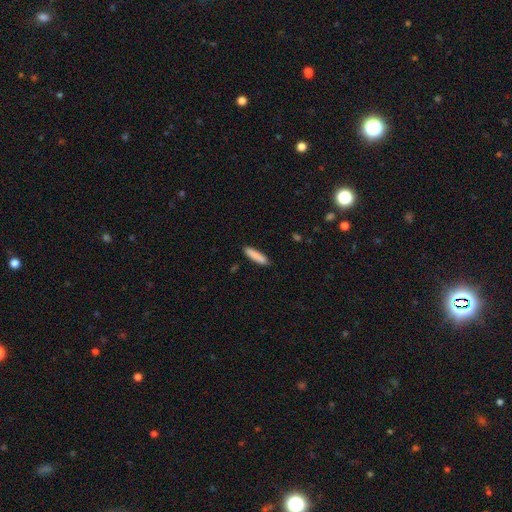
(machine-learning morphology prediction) type=smooth (88%); roundness=cigar-shaped (80%); merging=none (88%).